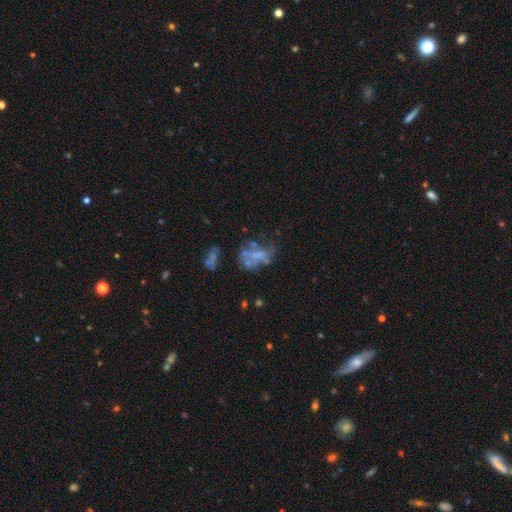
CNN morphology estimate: The model was most divided on "merging": none: 34%, major disturbance: 28%, merger: 20%, minor disturbance: 17%. More confident: edge-on disk — no (97%); spiral arms — no (91%); bar — no (87%); bulge size — none (69%); smooth or featured — featured or disk (55%).